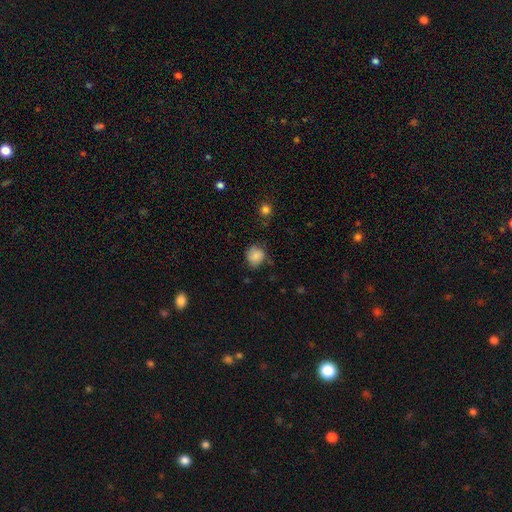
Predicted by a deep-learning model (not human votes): Smooth or featured? smooth (82%)
How rounded? round (79%)
Merging? none (68%)